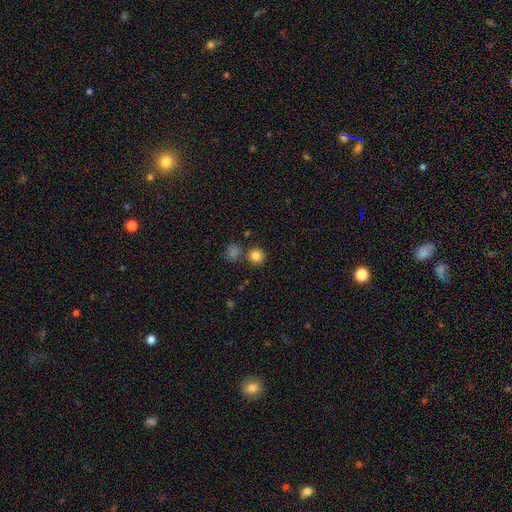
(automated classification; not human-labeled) smooth_or_featured: smooth (p=0.84) [alt: star or artifact p=0.12]
how_rounded: round (p=0.93) [alt: in between p=0.06]
merging: none (p=0.80) [alt: merger p=0.11]